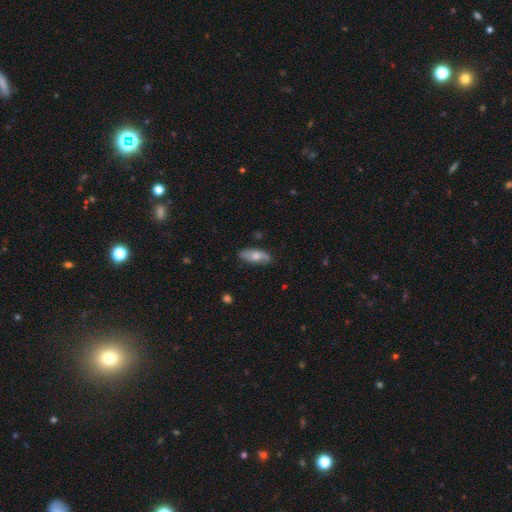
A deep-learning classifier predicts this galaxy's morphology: This is possibly a smooth galaxy (57%). How rounded: likely in between (76%). Merging: likely none (80%).